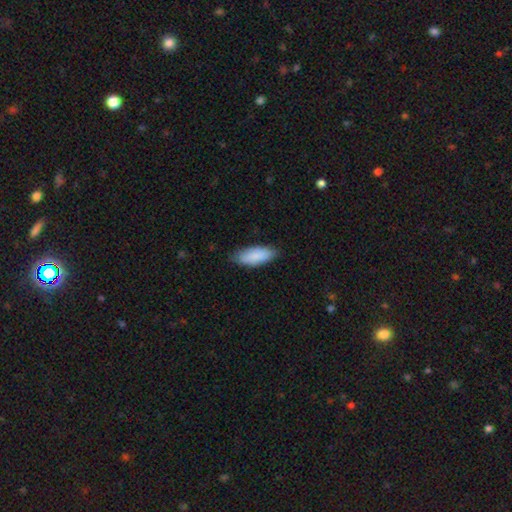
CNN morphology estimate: Smooth or featured?
  - smooth: 86% *
  - featured or disk: 9%
  - star or artifact: 5%
How rounded?
  - in between: 80% *
  - cigar-shaped: 18%
  - round: 2%
Merging?
  - none: 80% *
  - minor disturbance: 16%
  - major disturbance: 3%
  - merger: 1%